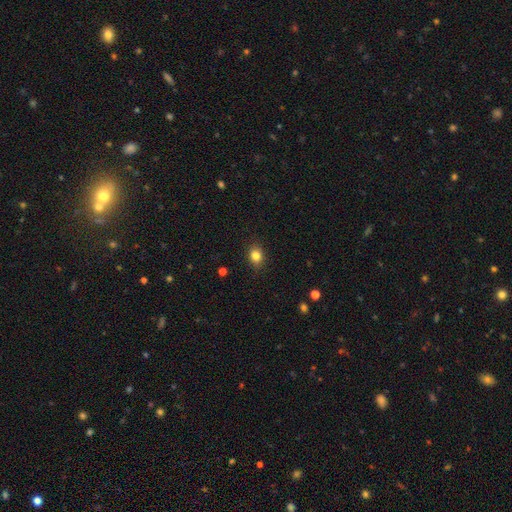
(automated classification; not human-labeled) Smooth or featured? smooth (83%)
How rounded? in between (52%)
Merging? none (86%)